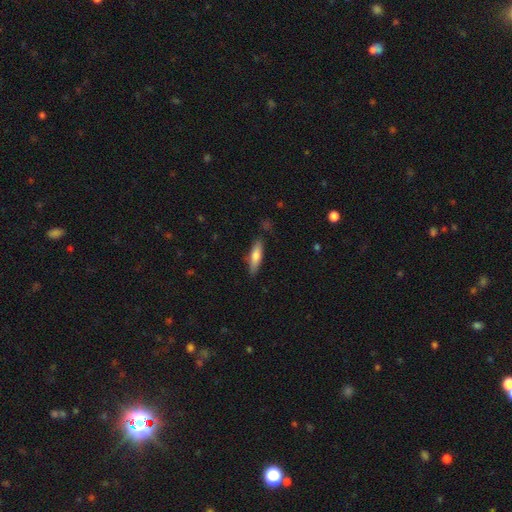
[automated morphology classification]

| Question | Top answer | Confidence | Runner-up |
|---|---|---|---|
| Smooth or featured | smooth | 69% | featured or disk (25%) |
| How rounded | cigar-shaped | 69% | in between (29%) |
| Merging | none | 81% | minor disturbance (14%) |